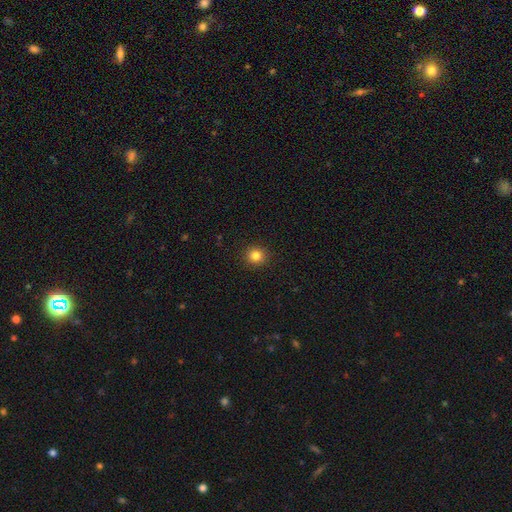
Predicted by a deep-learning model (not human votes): A smooth galaxy with no disk features (83%) that is round (93%). Merging: none (92%).